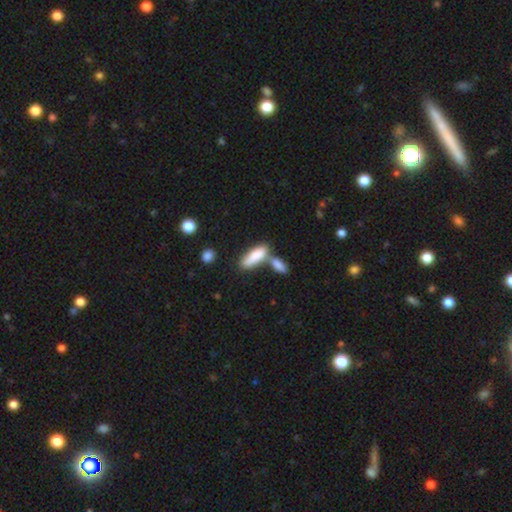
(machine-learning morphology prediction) This is clearly a smooth galaxy (81%). How rounded: possibly in between (59%). Merging: possibly merger (46%).